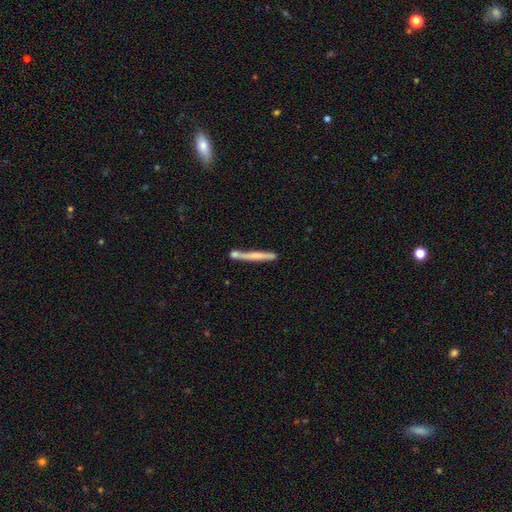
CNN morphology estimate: Smooth or featured: smooth — 55% (featured or disk — 38%)
How rounded: cigar-shaped — 96% (in between — 3%)
Merging: none — 62% (merger — 18%)